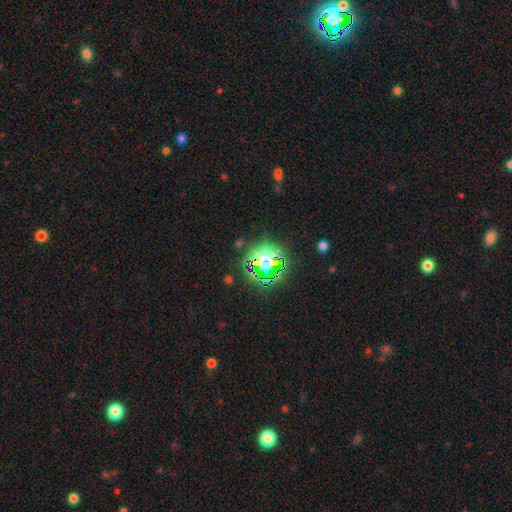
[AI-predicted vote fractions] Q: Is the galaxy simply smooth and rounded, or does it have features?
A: star or artifact — 70%.